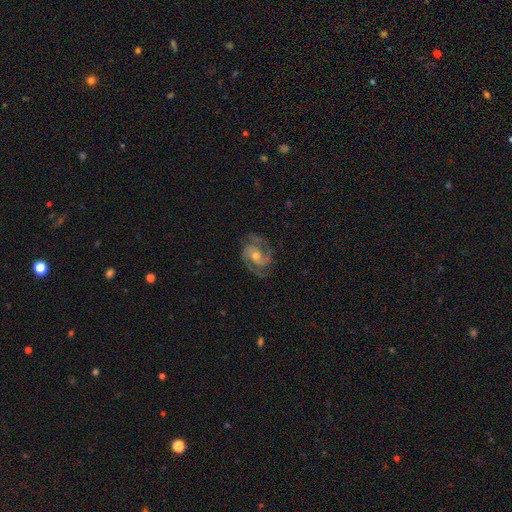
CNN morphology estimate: Q: Smooth or featured?
A: featured or disk (91%); runner-up: smooth (5%)
Q: Edge-on disk?
A: no (98%); runner-up: yes (2%)
Q: Bar?
A: no (55%); runner-up: weak (34%)
Q: Spiral arms?
A: yes (98%); runner-up: no (2%)
Q: Spiral winding?
A: medium (54%); runner-up: tight (35%)
Q: Spiral arm count?
A: 2 (66%); runner-up: 3 (22%)
Q: Bulge size?
A: moderate (61%); runner-up: small (34%)
Q: Merging?
A: none (76%); runner-up: minor disturbance (16%)